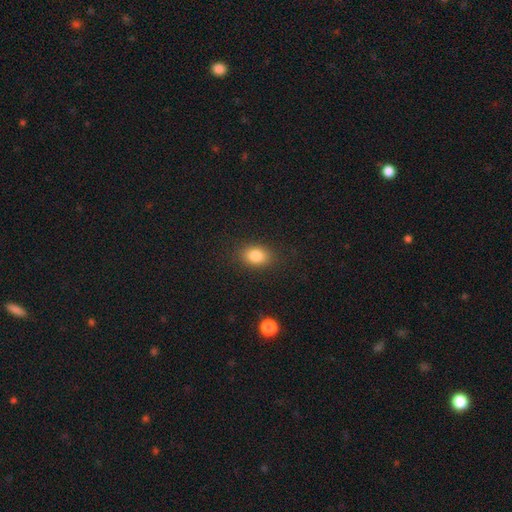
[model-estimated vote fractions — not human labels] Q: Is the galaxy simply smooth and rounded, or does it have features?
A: smooth — 83%.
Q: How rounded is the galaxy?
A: in between — 76%.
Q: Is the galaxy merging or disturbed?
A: none — 87%.